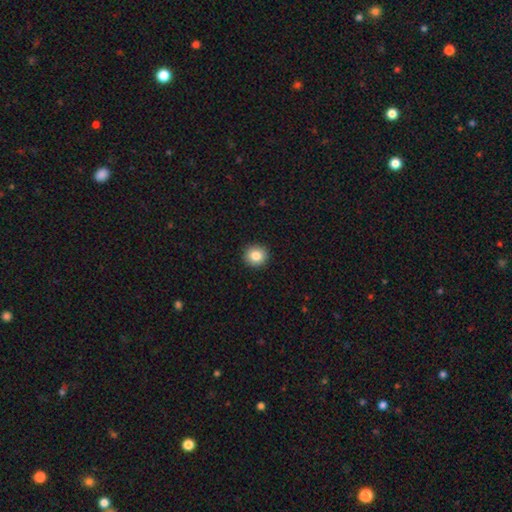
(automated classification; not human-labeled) Overall: smooth (84%). How rounded: round (91%). Merging: none (93%).